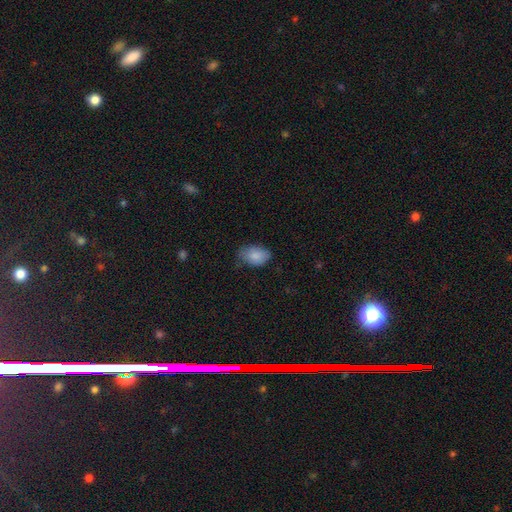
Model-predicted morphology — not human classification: Q: Smooth or featured?
A: smooth (86%); runner-up: star or artifact (7%)
Q: How rounded?
A: in between (87%); runner-up: round (12%)
Q: Merging?
A: none (63%); runner-up: minor disturbance (29%)